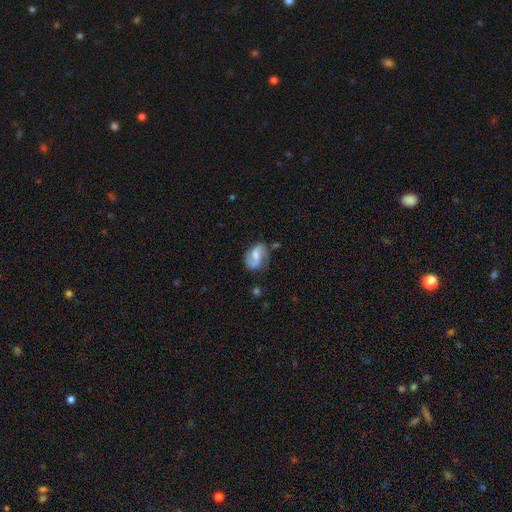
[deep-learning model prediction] The model was most divided on "spiral winding": loose: 43%, medium: 41%, tight: 16%. Remaining: edge-on disk — no (97%); spiral arms — yes (91%); spiral arm count — 2 (85%); smooth or featured — featured or disk (70%); merging — none (64%); bar — weak (48%); bulge size — moderate (44%).